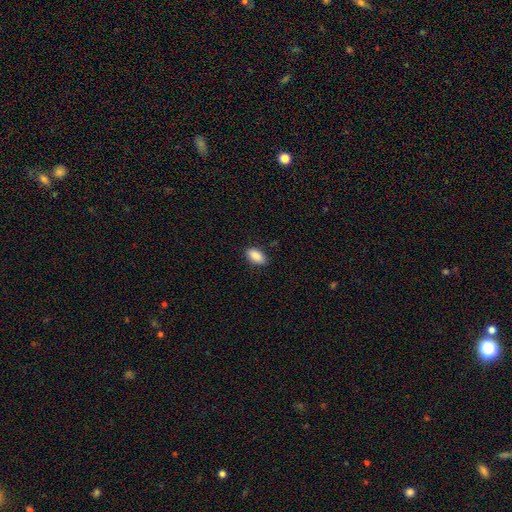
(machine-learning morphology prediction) Smooth or featured?
  - smooth: 89% *
  - star or artifact: 7%
  - featured or disk: 4%
How rounded?
  - in between: 93% *
  - cigar-shaped: 4%
  - round: 3%
Merging?
  - none: 86% *
  - minor disturbance: 10%
  - major disturbance: 2%
  - merger: 1%